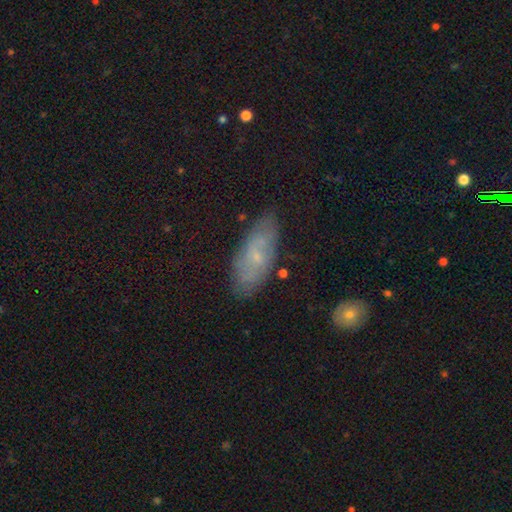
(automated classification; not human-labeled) Smooth or featured? featured or disk (48%)
Merging? none (76%)